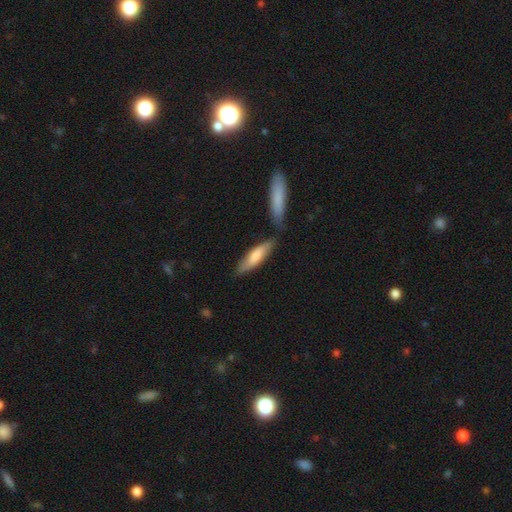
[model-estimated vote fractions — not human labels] Smooth or featured? smooth (73%)
How rounded? cigar-shaped (65%)
Merging? none (67%)